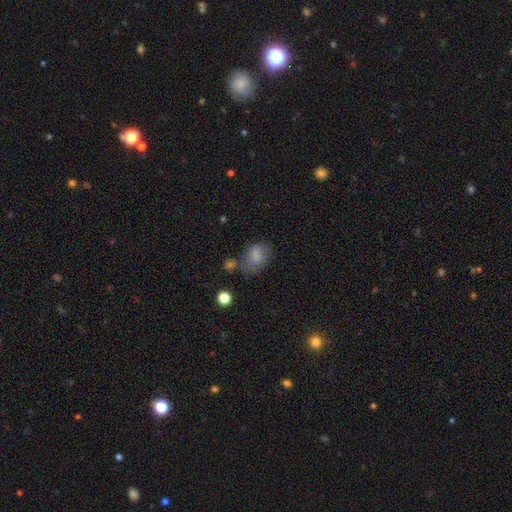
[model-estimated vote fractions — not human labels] Smooth or featured? smooth (80%)
How rounded? in between (74%)
Merging? none (51%)